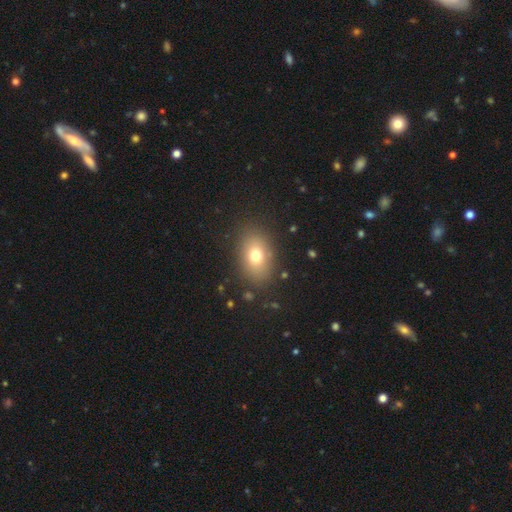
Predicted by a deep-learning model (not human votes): Overall: smooth (74%). How rounded: in between (77%). Merging: none (84%).